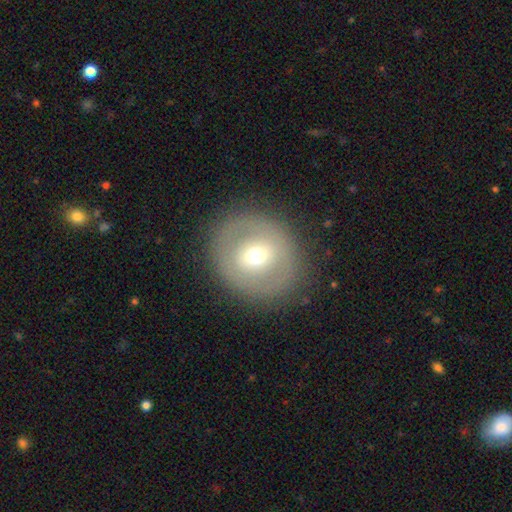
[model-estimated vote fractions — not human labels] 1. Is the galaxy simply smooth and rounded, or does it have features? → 47% smooth, 45% featured or disk, 8% star or artifact.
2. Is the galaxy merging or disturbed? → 85% none, 9% minor disturbance, 5% major disturbance, 1% merger.